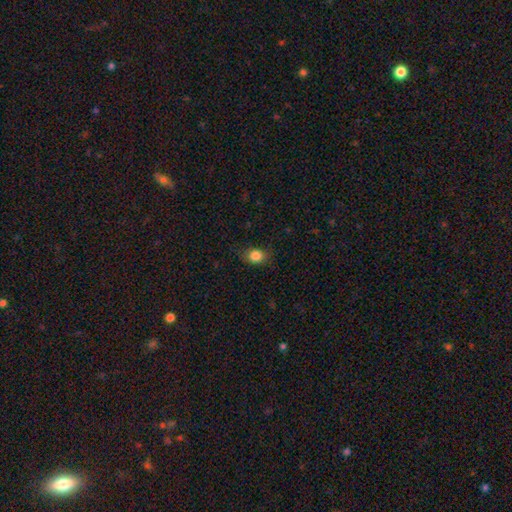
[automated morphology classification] Q: Smooth or featured?
A: smooth (85%); runner-up: star or artifact (10%)
Q: How rounded?
A: round (51%); runner-up: in between (48%)
Q: Merging?
A: none (79%); runner-up: minor disturbance (16%)